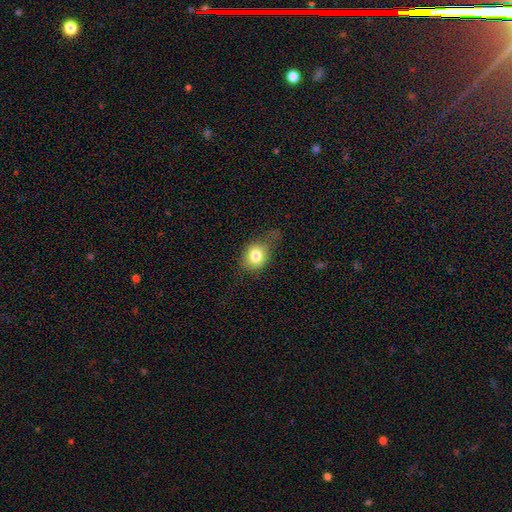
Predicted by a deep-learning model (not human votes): A smooth galaxy with no disk features (78%) that is round (57%).

Vote fractions:
- Smooth or featured? smooth: 78% / featured or disk: 12% / star or artifact: 10%
- How rounded? round: 57% / in between: 42% / cigar-shaped: 1%
- Merging? none: 55% / minor disturbance: 29% / major disturbance: 14% / merger: 2%